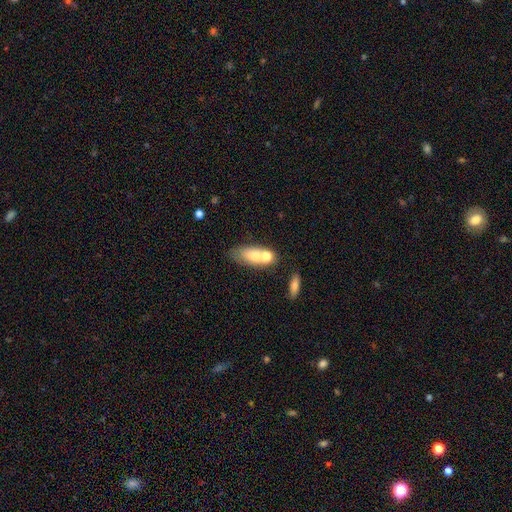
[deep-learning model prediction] Smooth or featured? smooth (70%)
How rounded? in between (75%)
Merging? none (44%)